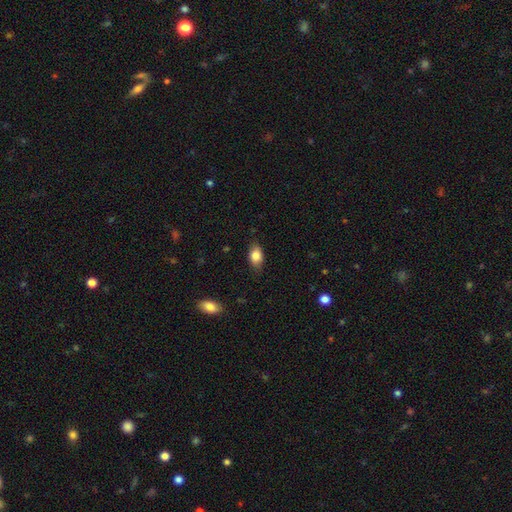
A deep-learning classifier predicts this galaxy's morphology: A smooth galaxy with no disk features (84%) that is in between round and cigar-shaped (84%). Merging: none (80%).